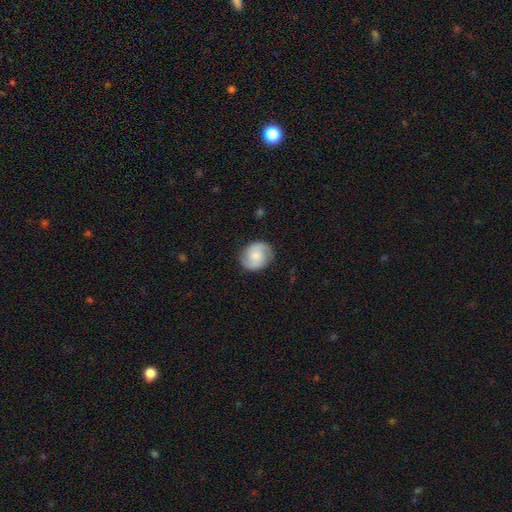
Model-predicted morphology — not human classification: Smooth or featured?
  - featured or disk: 50% *
  - smooth: 42%
  - star or artifact: 7%
Edge-on disk?
  - no: 97% *
  - yes: 3%
Merging?
  - none: 83% *
  - minor disturbance: 13%
  - major disturbance: 3%
  - merger: 1%